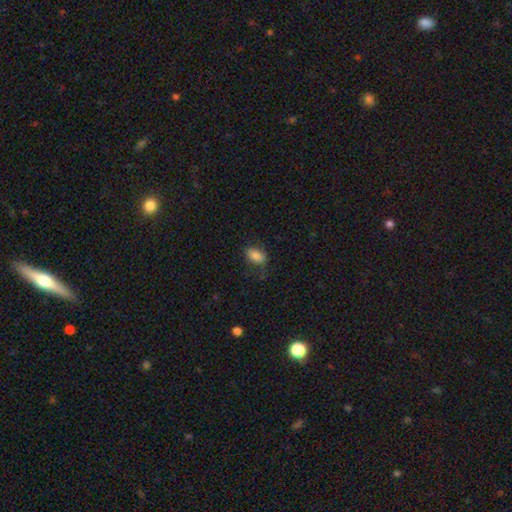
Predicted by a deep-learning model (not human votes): Smooth or featured? Predicted: smooth (p=0.83). How rounded? Predicted: in between (p=0.89). Merging? Predicted: none (p=0.73).